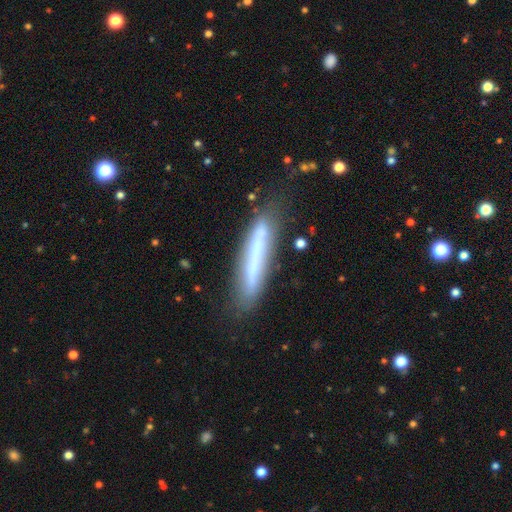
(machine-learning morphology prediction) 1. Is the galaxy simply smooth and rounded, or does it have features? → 47% smooth, 45% featured or disk, 8% star or artifact.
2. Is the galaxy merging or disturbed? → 75% none, 16% minor disturbance, 5% major disturbance, 3% merger.